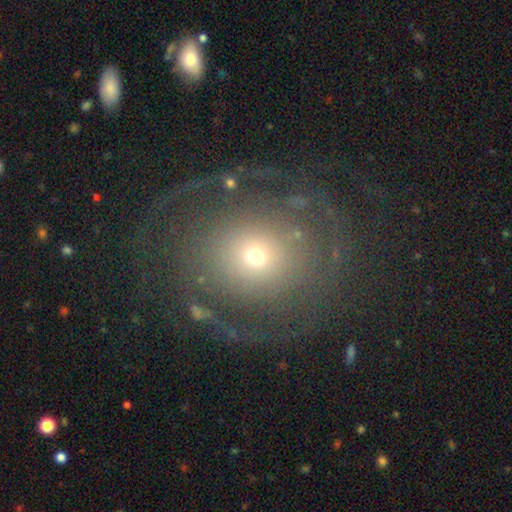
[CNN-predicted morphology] A featured or disk galaxy (64%) with no bar (87%), spiral arms (68%) and a small central bulge (64%).

Vote fractions:
- Smooth or featured? featured or disk: 64% / smooth: 26% / star or artifact: 11%
- Edge-on disk? no: 96% / yes: 4%
- Bar? no: 87% / weak: 10% / strong: 4%
- Spiral arms? yes: 68% / no: 32%
- Bulge size? small: 64% / moderate: 29% / large: 4% / dominant: 2% / none: 1%
- Merging? none: 67% / major disturbance: 18% / minor disturbance: 13% / merger: 2%